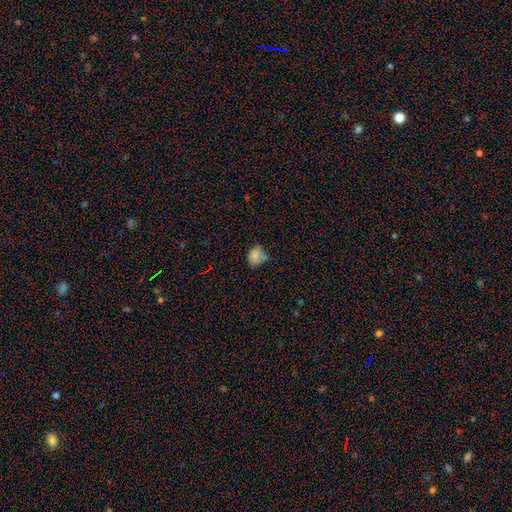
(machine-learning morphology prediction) This appears to be a smooth galaxy with no disk features (79%) that is in between round and cigar-shaped (56%). Merging: none (57%).